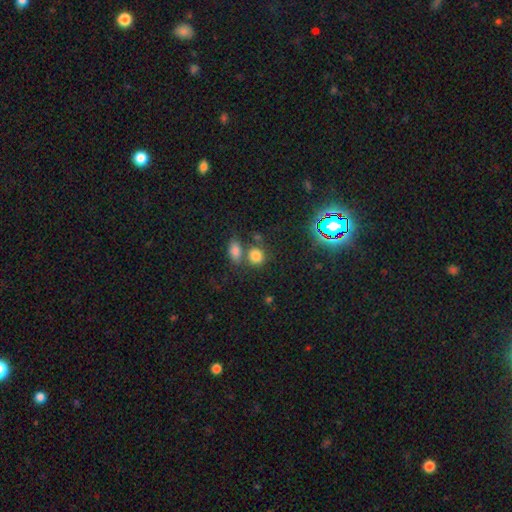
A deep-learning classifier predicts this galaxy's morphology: A smooth galaxy with no disk features (78%) that is round (70%). Merging: none (59%).